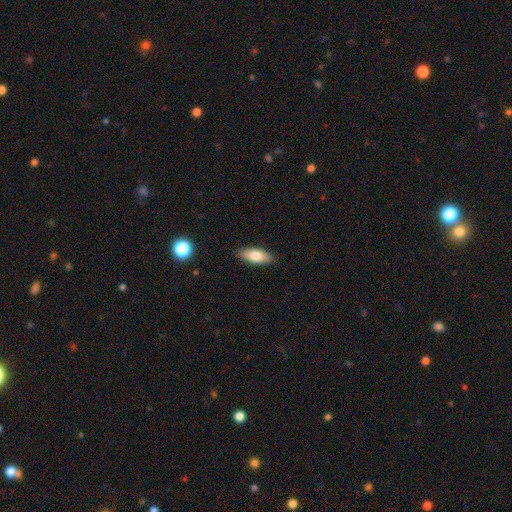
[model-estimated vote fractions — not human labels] This is likely a smooth galaxy (78%). How rounded: likely in between (78%). Merging: clearly none (88%).